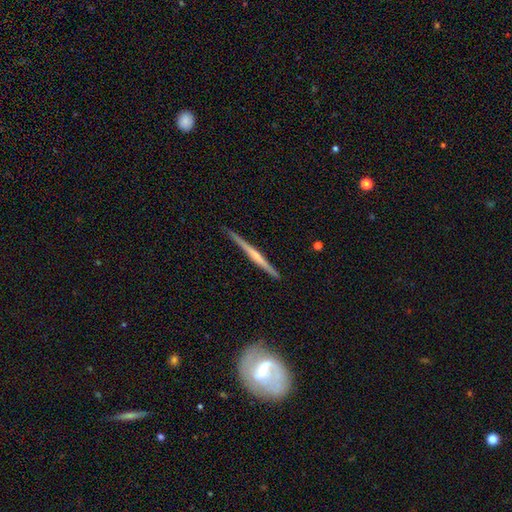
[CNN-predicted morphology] Smooth or featured: featured or disk — 71% (smooth — 24%)
Edge-on disk: yes — 98% (no — 2%)
Edge-on bulge: rounded — 54% (none — 38%)
Merging: none — 89% (minor disturbance — 8%)